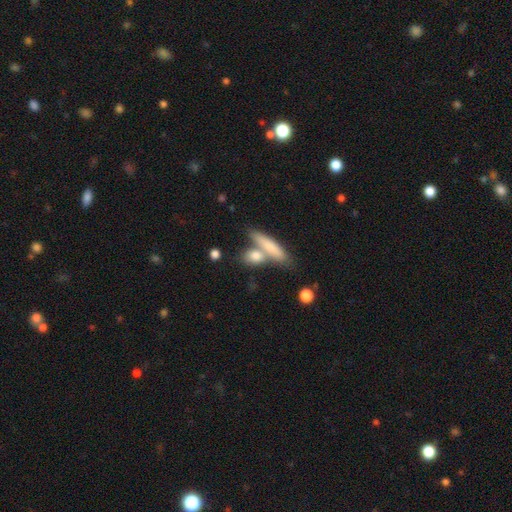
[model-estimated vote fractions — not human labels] This is likely a smooth galaxy (78%). How rounded: marginally in between (41%). Merging: possibly none (49%).